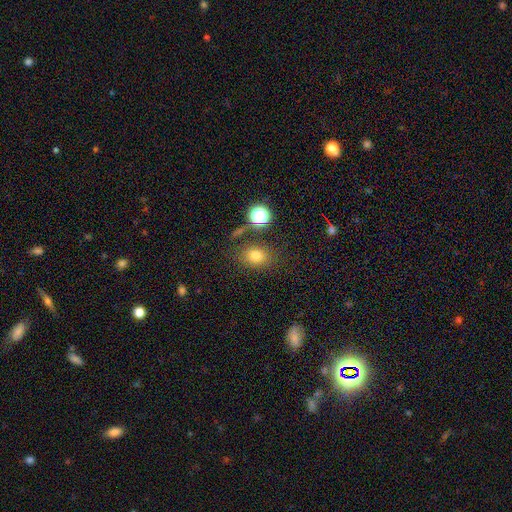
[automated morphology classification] Smooth or featured? smooth (75%)
How rounded? in between (51%)
Merging? none (75%)